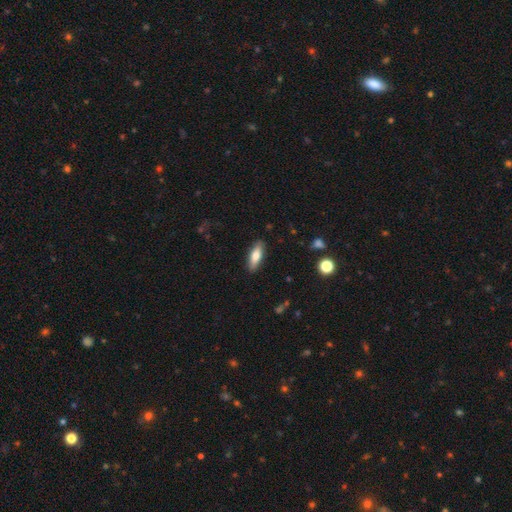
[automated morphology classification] smooth_or_featured: smooth (p=0.73) [alt: featured or disk p=0.21]
how_rounded: in between (p=0.59) [alt: cigar-shaped p=0.38]
merging: none (p=0.88) [alt: minor disturbance p=0.09]